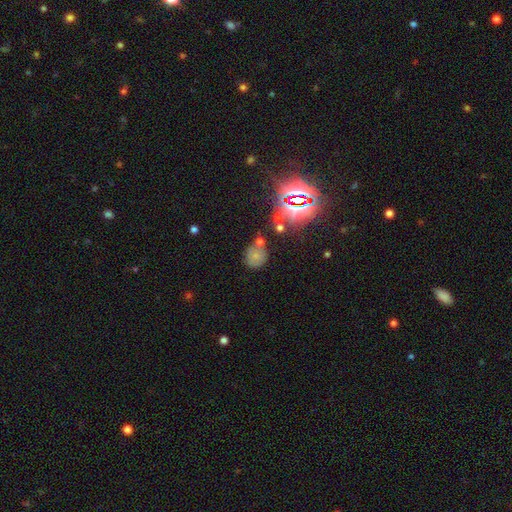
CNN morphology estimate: This is possibly a smooth galaxy (59%). How rounded: likely round (76%). Merging: possibly none (59%).